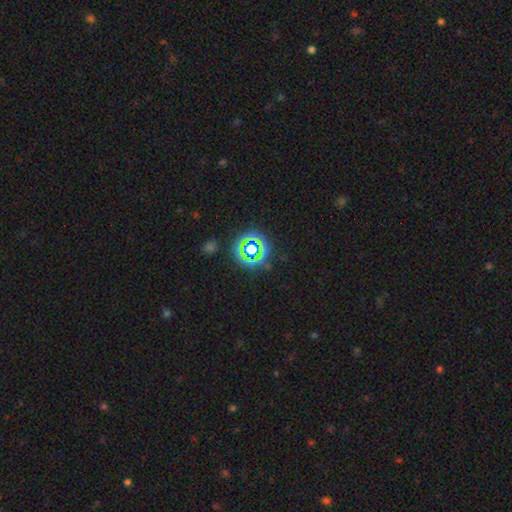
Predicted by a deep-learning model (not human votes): Smooth or featured? star or artifact (67%)